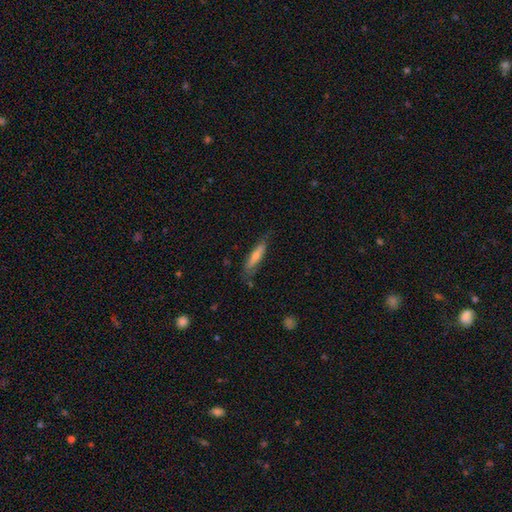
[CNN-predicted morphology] This is possibly a featured or disk galaxy (48%). Merging: likely none (73%).